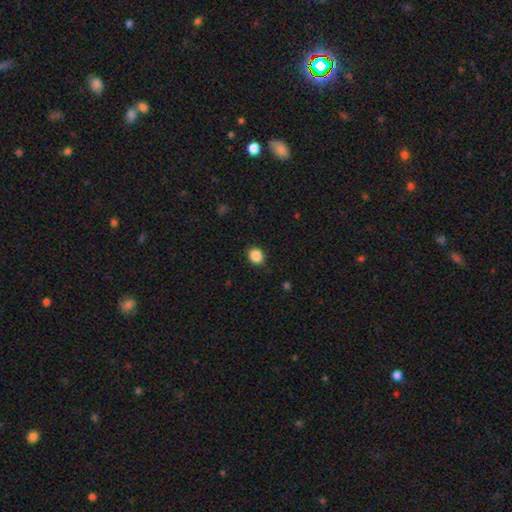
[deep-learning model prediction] Overall: smooth (88%). How rounded: round (58%; in between 41%). Merging: none (88%).